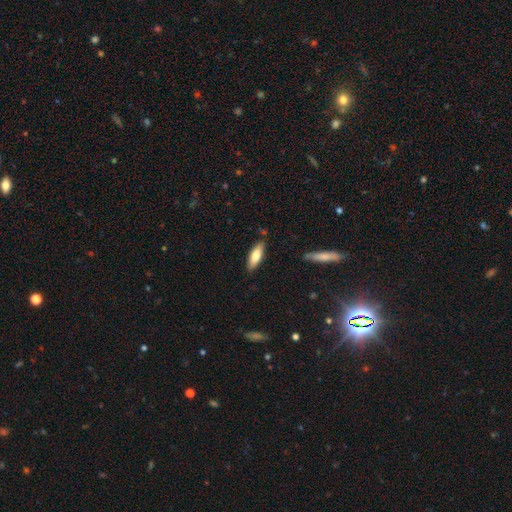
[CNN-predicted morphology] This is likely a smooth galaxy (74%). How rounded: possibly in between (51%). Merging: clearly none (84%).